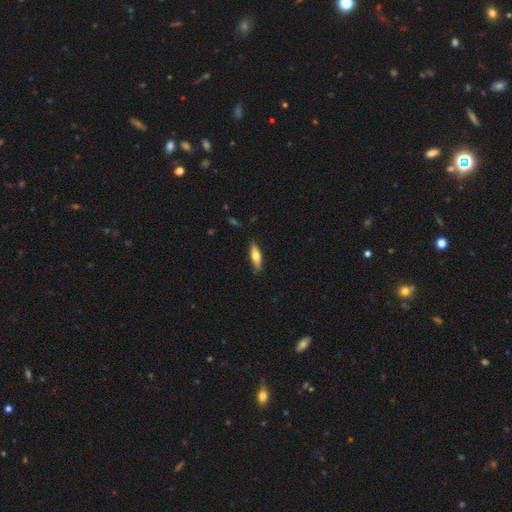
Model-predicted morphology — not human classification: Smooth or featured: smooth — 61% (featured or disk — 34%)
How rounded: cigar-shaped — 55% (in between — 43%)
Merging: none — 85% (minor disturbance — 12%)